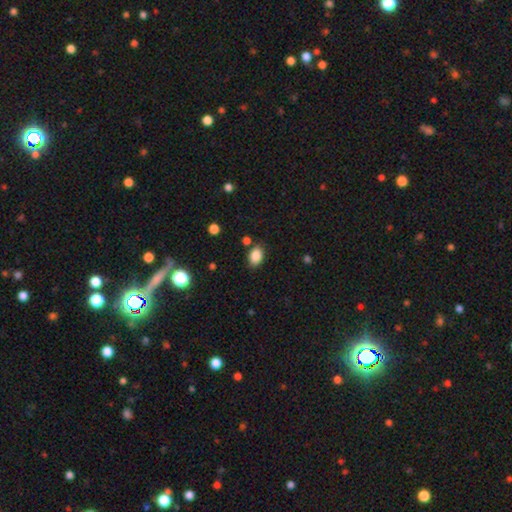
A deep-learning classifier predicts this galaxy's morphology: Smooth or featured: smooth — 86% (star or artifact — 9%)
How rounded: in between — 81% (round — 17%)
Merging: none — 79% (minor disturbance — 13%)